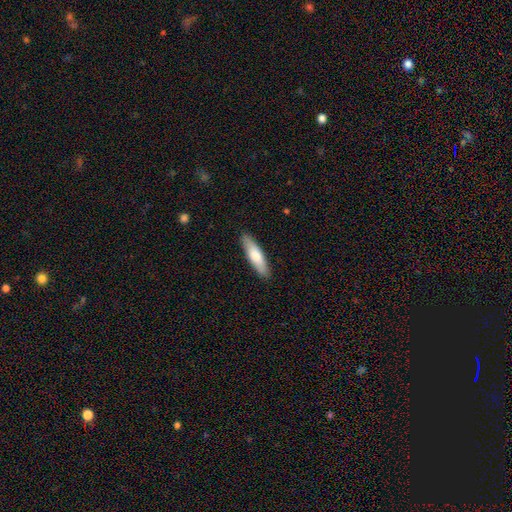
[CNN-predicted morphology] smooth 74%, featured or disk 21%, star or artifact 5%. Down the decision tree: how rounded — cigar-shaped (72%); merging — none (89%).